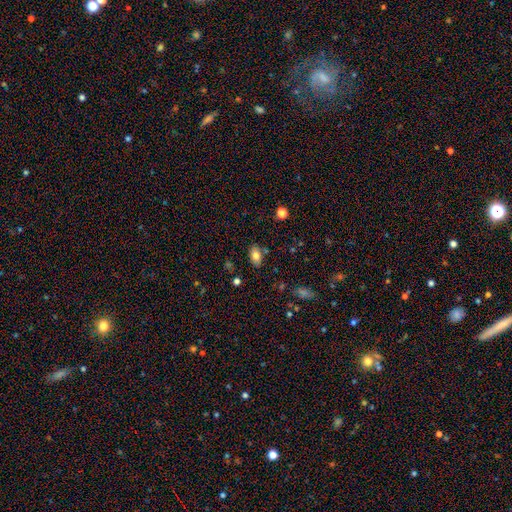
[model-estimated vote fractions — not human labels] smooth-or-featured: smooth: 78% | featured or disk: 13% | star or artifact: 9%
  how-rounded: in between: 90% | round: 8% | cigar-shaped: 2%
  merging: none: 81% | minor disturbance: 13% | merger: 3% | major disturbance: 3%